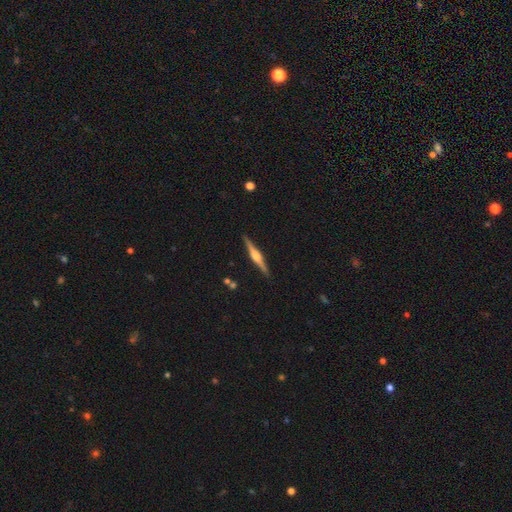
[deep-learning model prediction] featured or disk 79%, smooth 16%, star or artifact 5%. Down the decision tree: edge-on disk — yes (98%); edge-on bulge — rounded (84%); merging — none (91%).